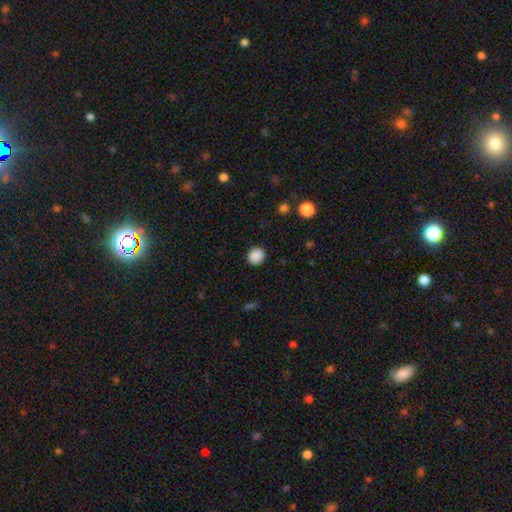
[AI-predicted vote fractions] Smooth or featured? smooth (88%)
How rounded? round (75%)
Merging? none (89%)